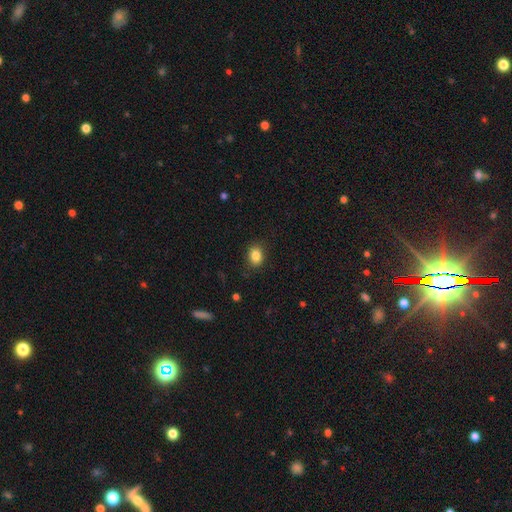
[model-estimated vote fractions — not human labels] A smooth galaxy with no disk features (85%) that is in between round and cigar-shaped (60%).

Vote fractions:
- Smooth or featured? smooth: 85% / star or artifact: 10% / featured or disk: 5%
- How rounded? in between: 60% / round: 39% / cigar-shaped: 1%
- Merging? none: 86% / minor disturbance: 11% / major disturbance: 3% / merger: 1%